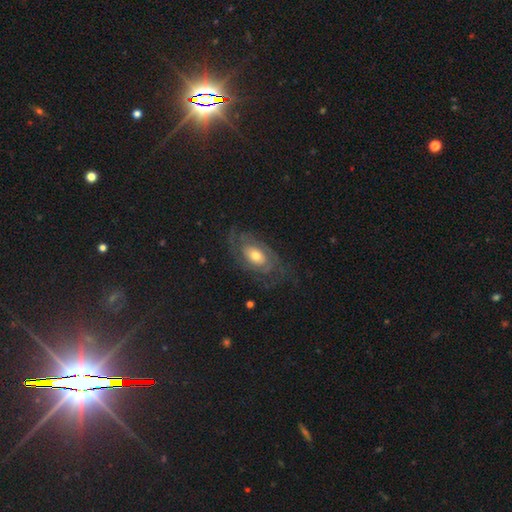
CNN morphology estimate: A featured or disk galaxy (77%) with no bar (73%), tight (58%) spiral arms (88%) and a moderate central bulge (64%). Merging: none (69%).